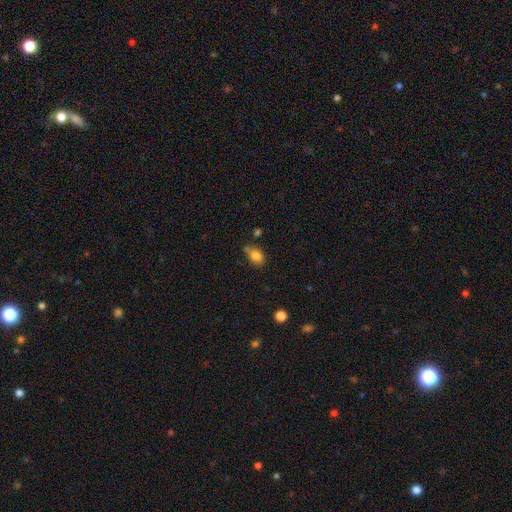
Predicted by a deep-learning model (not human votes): Overall: smooth (83%). How rounded: in between (72%). Merging: none (61%; minor disturbance 22%).